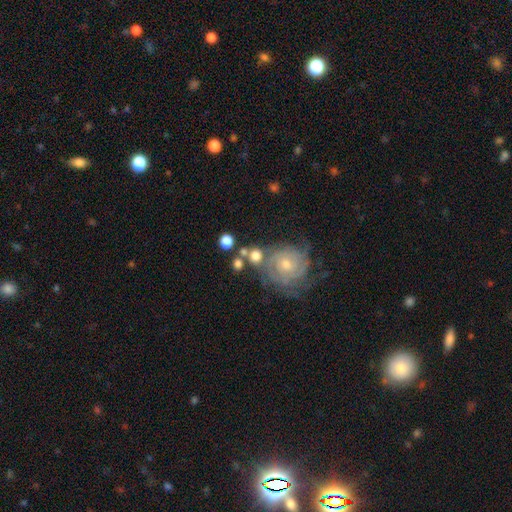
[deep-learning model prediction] This appears to be a smooth galaxy with no disk features (52%) that is round (83%). Merging: none (55%).